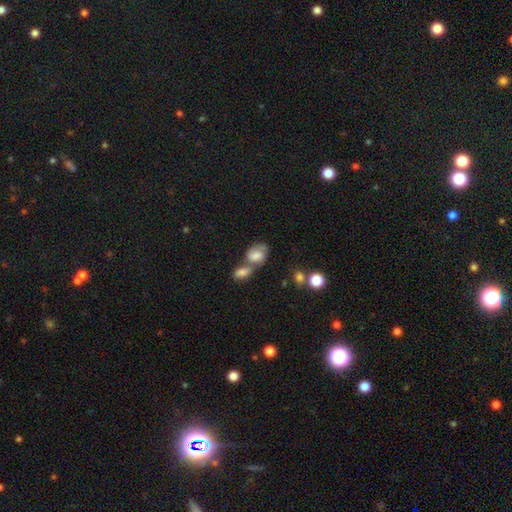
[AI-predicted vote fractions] The model was most divided on "merging": merger: 52%, none: 28%, minor disturbance: 13%, major disturbance: 7%. More confident: how rounded — in between (72%); smooth or featured — smooth (65%).